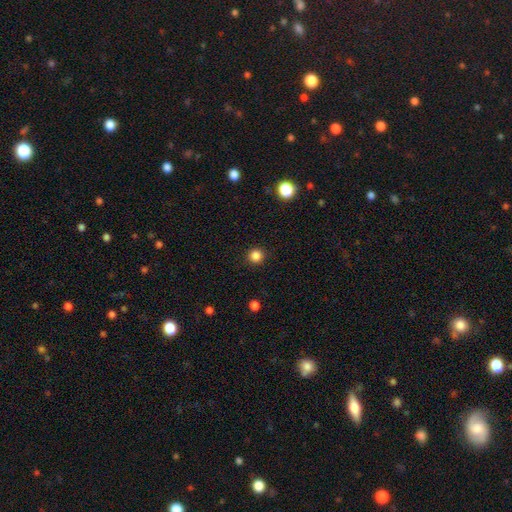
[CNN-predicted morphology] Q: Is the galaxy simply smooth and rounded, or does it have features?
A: smooth — 85%.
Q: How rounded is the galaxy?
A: round — 95%.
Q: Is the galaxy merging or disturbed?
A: none — 92%.